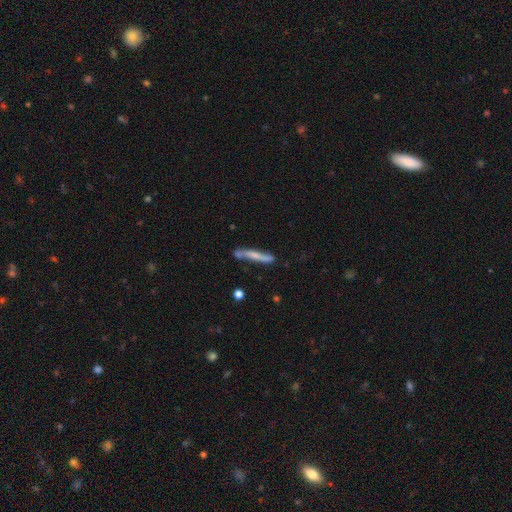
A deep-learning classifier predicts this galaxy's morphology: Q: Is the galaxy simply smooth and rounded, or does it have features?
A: smooth — 47%.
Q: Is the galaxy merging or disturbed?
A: none — 65%.